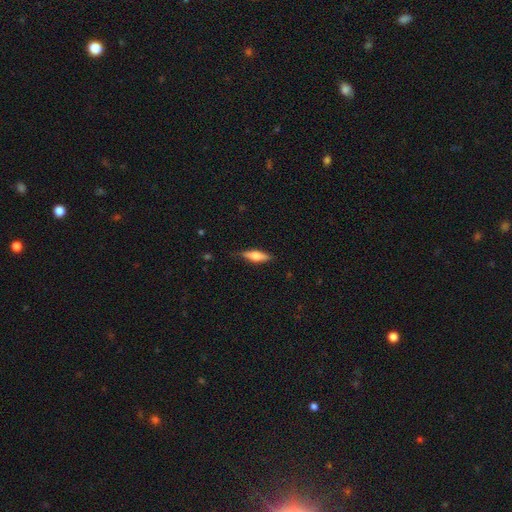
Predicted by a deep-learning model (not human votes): This is possibly a smooth galaxy (58%). How rounded: possibly cigar-shaped (51%). Merging: clearly none (83%).